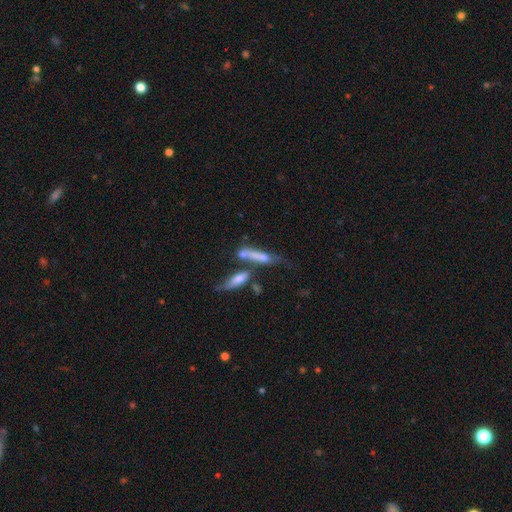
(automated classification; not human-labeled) Smooth or featured: smooth — 55% (featured or disk — 34%)
How rounded: cigar-shaped — 72% (in between — 24%)
Merging: merger — 39% (none — 34%)